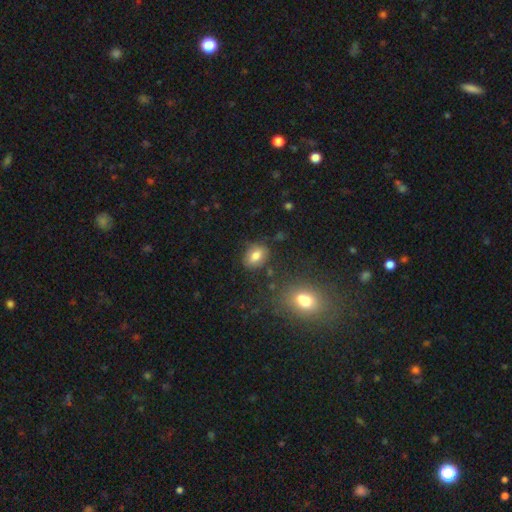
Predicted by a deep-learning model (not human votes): Q: Smooth or featured?
A: smooth (78%); runner-up: featured or disk (12%)
Q: How rounded?
A: in between (76%); runner-up: round (22%)
Q: Merging?
A: none (77%); runner-up: minor disturbance (15%)